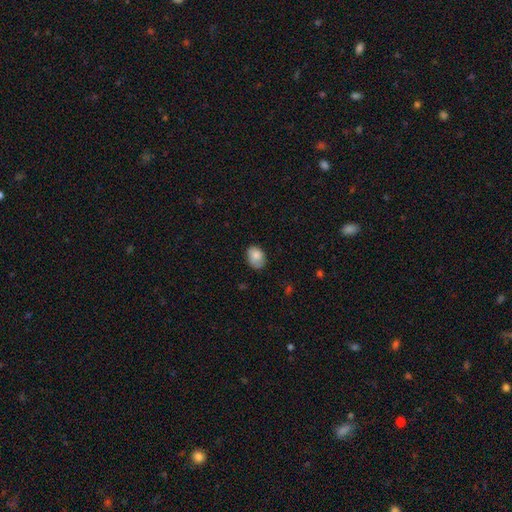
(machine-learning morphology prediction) smooth 83%, featured or disk 9%, star or artifact 8%. Down the decision tree: how rounded — in between (76%); merging — none (69%).